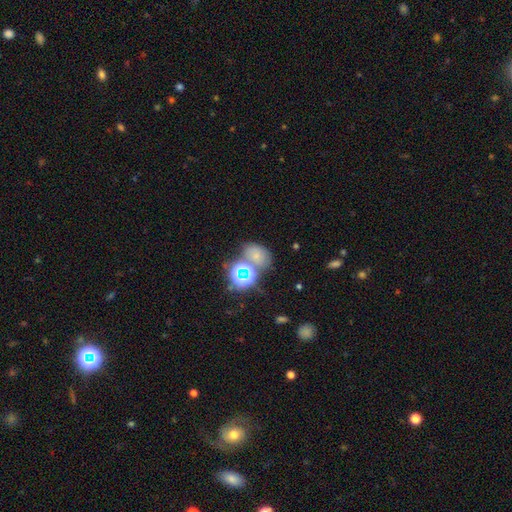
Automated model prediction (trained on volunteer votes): smooth-or-featured: smooth: 55% | star or artifact: 32% | featured or disk: 13%
  how-rounded: in between: 61% | round: 37% | cigar-shaped: 1%
  merging: none: 55% | merger: 23% | minor disturbance: 16% | major disturbance: 7%